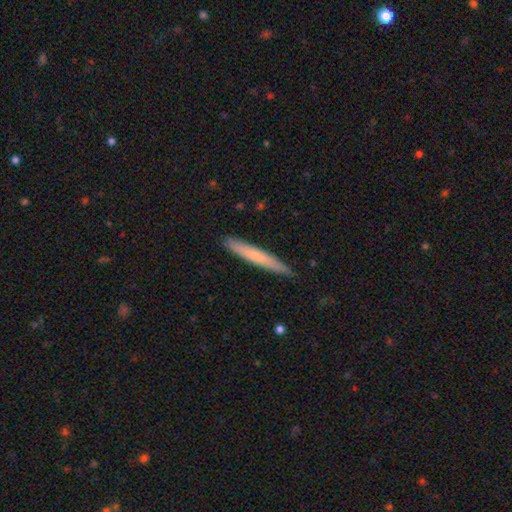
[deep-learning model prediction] Smooth or featured? smooth (66%)
How rounded? cigar-shaped (96%)
Merging? none (87%)